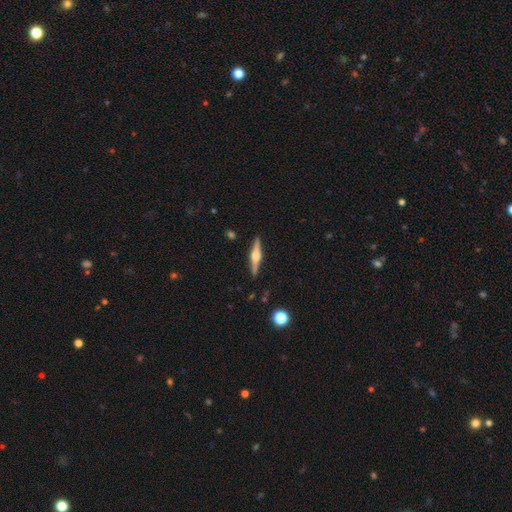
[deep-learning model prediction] Smooth or featured? Predicted: featured or disk (p=0.75). Edge-on disk? Predicted: yes (p=0.98). Edge-on bulge? Predicted: rounded (p=0.91). Merging? Predicted: none (p=0.91).